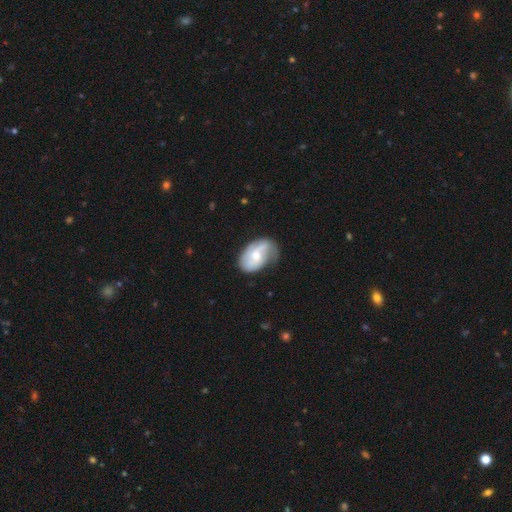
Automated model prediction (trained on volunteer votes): featured or disk 62%, smooth 33%, star or artifact 6%. Down the decision tree: edge-on disk — no (96%); bar — no (58%); spiral arms — yes (80%); bulge size — moderate (55%); merging — none (45%).